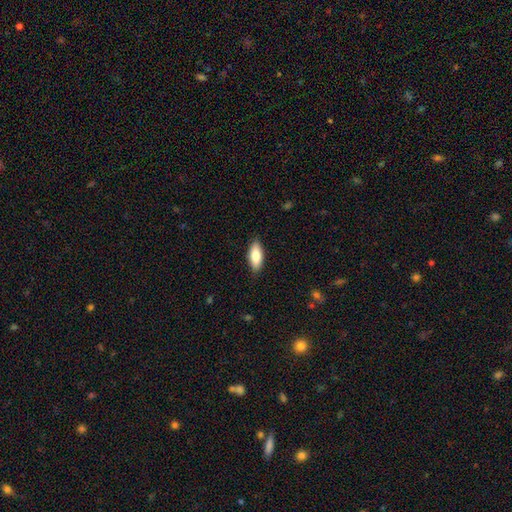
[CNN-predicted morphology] Smooth or featured?
  - smooth: 83% *
  - featured or disk: 11%
  - star or artifact: 6%
How rounded?
  - in between: 82% *
  - cigar-shaped: 16%
  - round: 2%
Merging?
  - none: 87% *
  - minor disturbance: 10%
  - major disturbance: 2%
  - merger: 1%